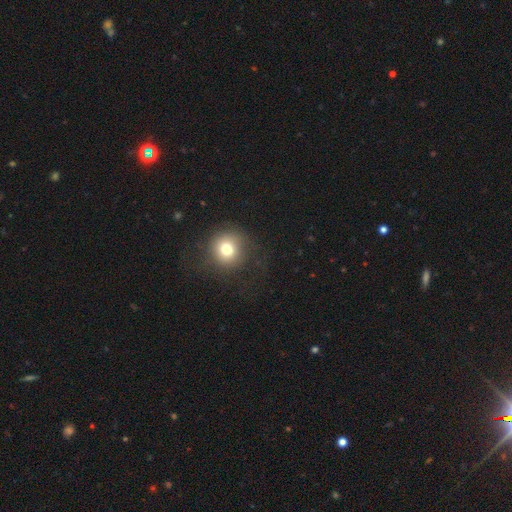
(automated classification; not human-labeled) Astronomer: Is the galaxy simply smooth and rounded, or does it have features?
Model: smooth — 55% (runner-up: star or artifact, 34%).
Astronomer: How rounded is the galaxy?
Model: round — 90%.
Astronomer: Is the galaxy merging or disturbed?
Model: none — 87%.